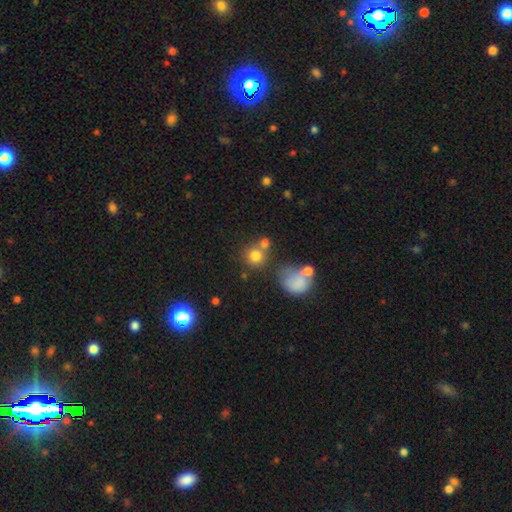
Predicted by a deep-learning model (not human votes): The model was most divided on "merging": none: 56%, merger: 25%, minor disturbance: 11%, major disturbance: 7%. More confident: how rounded — round (87%); smooth or featured — smooth (76%).